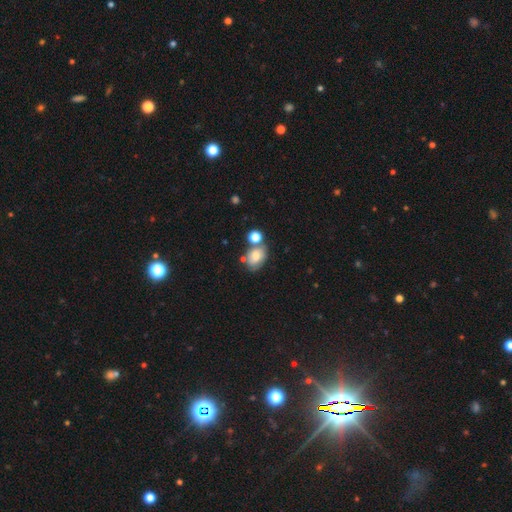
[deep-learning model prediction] smooth 60%, featured or disk 28%, star or artifact 12%. Down the decision tree: how rounded — in between (67%); merging — none (49%).